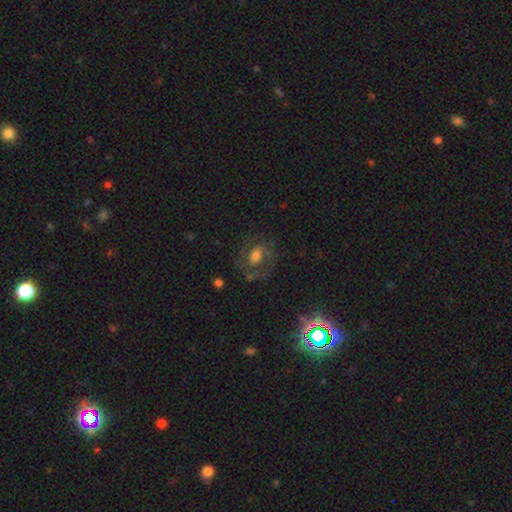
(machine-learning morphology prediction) Smooth or featured? featured or disk (55%)
Edge-on disk? no (95%)
Bar? no (42%)
Spiral arms? yes (69%)
Bulge size? moderate (52%)
Merging? none (64%)